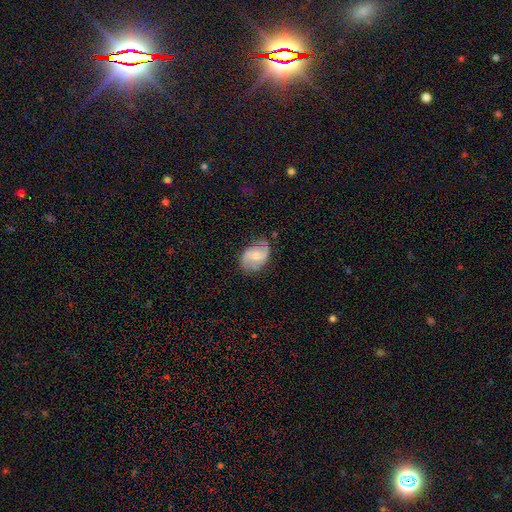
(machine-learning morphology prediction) Q: Smooth or featured?
A: featured or disk (55%); runner-up: smooth (38%)
Q: Edge-on disk?
A: no (97%); runner-up: yes (3%)
Q: Bar?
A: no (48%); runner-up: weak (43%)
Q: Spiral arms?
A: yes (86%); runner-up: no (14%)
Q: Bulge size?
A: moderate (51%); runner-up: small (37%)
Q: Merging?
A: none (65%); runner-up: minor disturbance (26%)